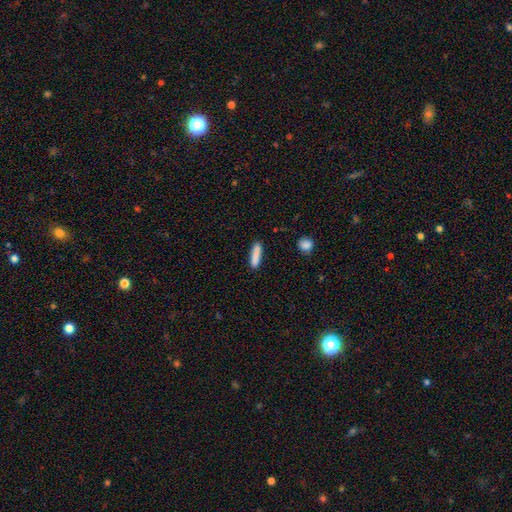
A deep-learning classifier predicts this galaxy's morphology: smooth 86%, featured or disk 7%, star or artifact 7%. Down the decision tree: how rounded — cigar-shaped (82%); merging — none (87%).